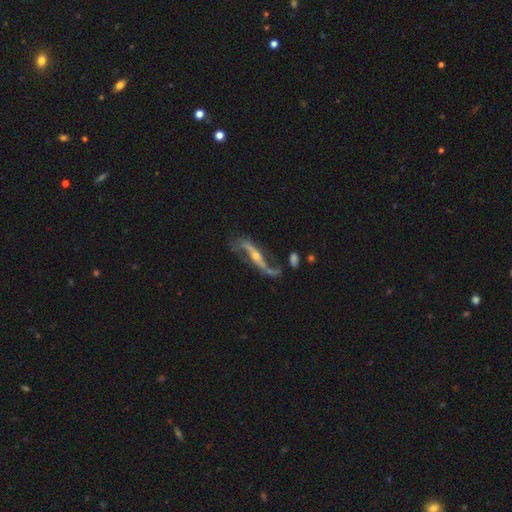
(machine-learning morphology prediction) Smooth or featured?
  - featured or disk: 86% *
  - smooth: 8%
  - star or artifact: 6%
Edge-on disk?
  - no: 72% *
  - yes: 28%
Bar?
  - strong: 42% *
  - no: 34%
  - weak: 25%
Spiral arms?
  - yes: 91% *
  - no: 9%
Spiral winding?
  - loose: 83% *
  - medium: 12%
  - tight: 5%
Spiral arm count?
  - 2: 89% *
  - 1: 5%
  - can't tell: 3%
  - 3: 1%
  - 4: 1%
  - more than 4: 1%
Bulge size?
  - small: 51% *
  - moderate: 44%
  - large: 2%
  - none: 2%
  - dominant: 1%
Merging?
  - none: 56% *
  - minor disturbance: 20%
  - major disturbance: 17%
  - merger: 7%